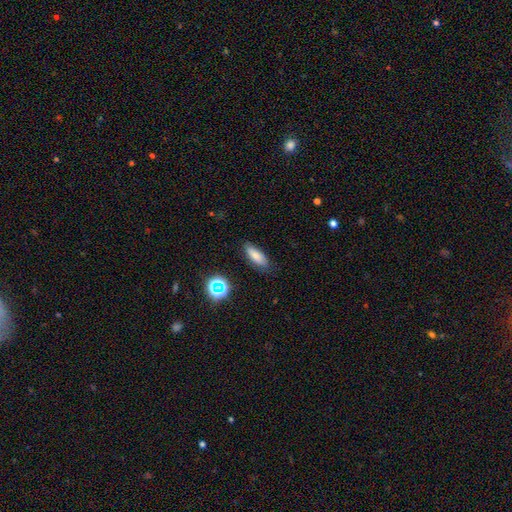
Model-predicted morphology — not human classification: smooth_or_featured: smooth (p=0.77) [alt: featured or disk p=0.12]
how_rounded: in between (p=0.66) [alt: cigar-shaped p=0.31]
merging: none (p=0.80) [alt: minor disturbance p=0.15]